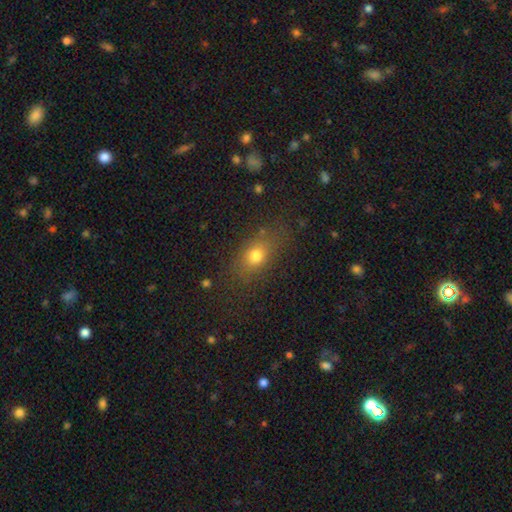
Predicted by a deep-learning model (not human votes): smooth_or_featured: smooth (p=0.74) [alt: star or artifact p=0.14]
how_rounded: in between (p=0.64) [alt: round p=0.30]
merging: none (p=0.73) [alt: minor disturbance p=0.16]